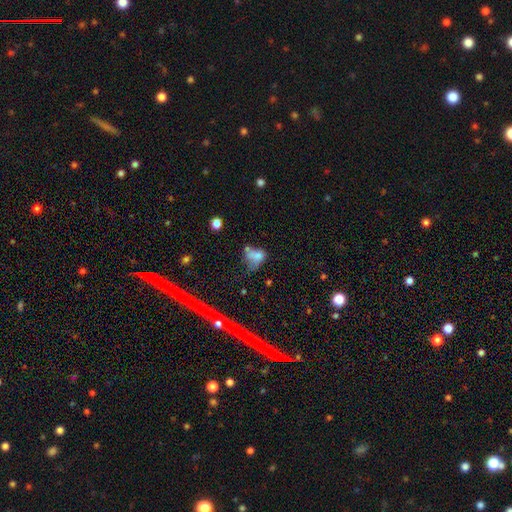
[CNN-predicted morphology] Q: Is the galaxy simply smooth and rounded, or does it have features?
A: smooth — 61%.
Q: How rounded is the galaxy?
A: in between — 73%.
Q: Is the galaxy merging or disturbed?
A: major disturbance — 28%.